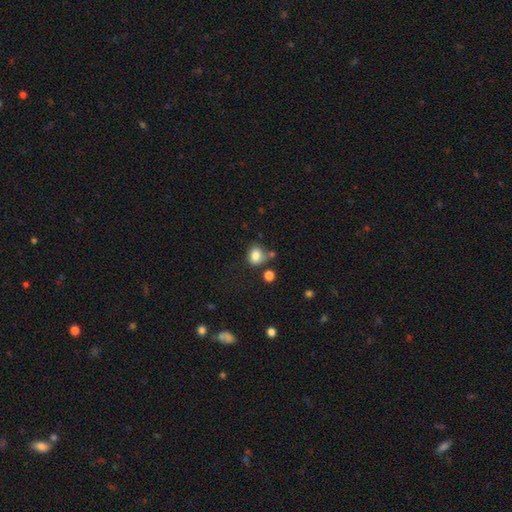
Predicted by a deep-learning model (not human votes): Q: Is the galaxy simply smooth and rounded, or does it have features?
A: smooth — 81%.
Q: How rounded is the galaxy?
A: round — 56%.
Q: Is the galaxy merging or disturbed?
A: none — 57%.